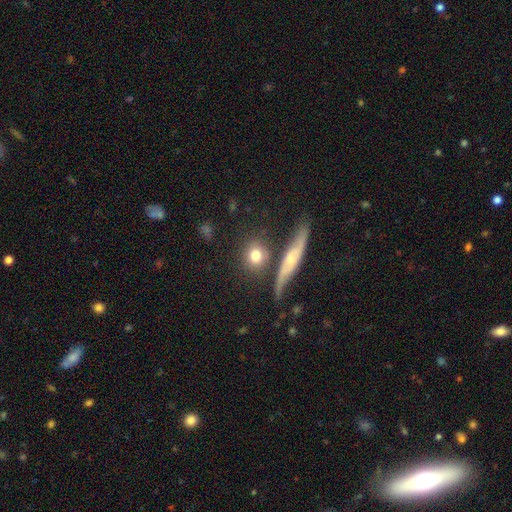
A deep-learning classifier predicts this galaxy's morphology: This appears to be a smooth galaxy with no disk features (75%) that is round (77%). Merging: none (73%).